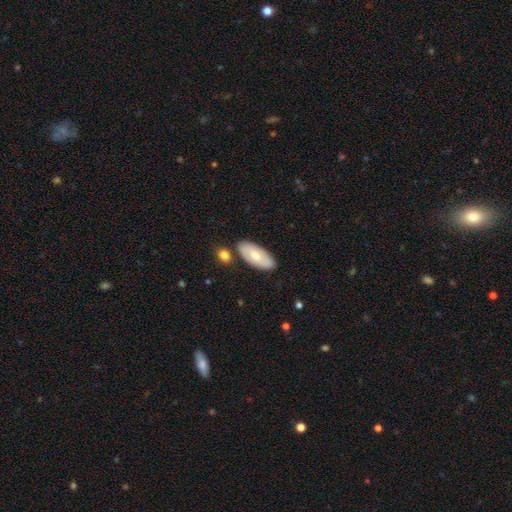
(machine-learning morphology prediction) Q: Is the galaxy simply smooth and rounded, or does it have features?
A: smooth — 60%.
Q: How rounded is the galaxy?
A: in between — 90%.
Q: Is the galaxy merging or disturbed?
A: none — 79%.